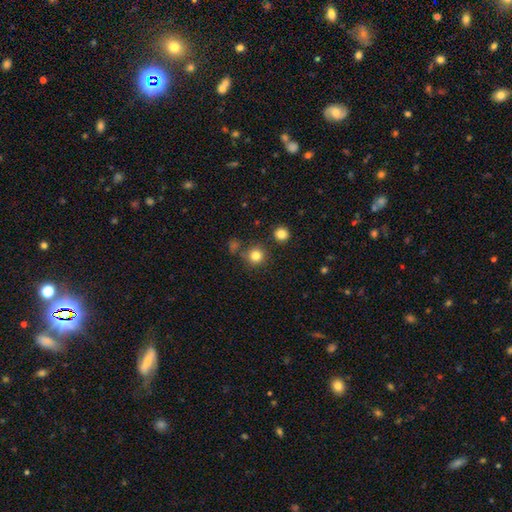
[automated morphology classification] A smooth galaxy with no disk features (81%) that is round (93%).

Vote fractions:
- Smooth or featured? smooth: 81% / star or artifact: 13% / featured or disk: 6%
- How rounded? round: 93% / in between: 6% / cigar-shaped: 1%
- Merging? none: 81% / merger: 8% / minor disturbance: 8% / major disturbance: 3%